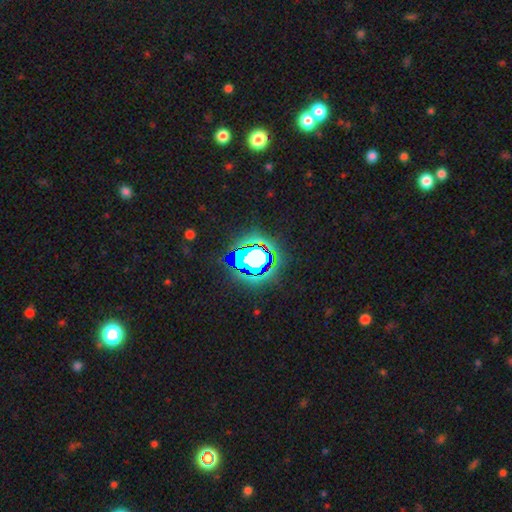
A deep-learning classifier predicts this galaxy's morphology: A star or artifact, not a galaxy (74%).